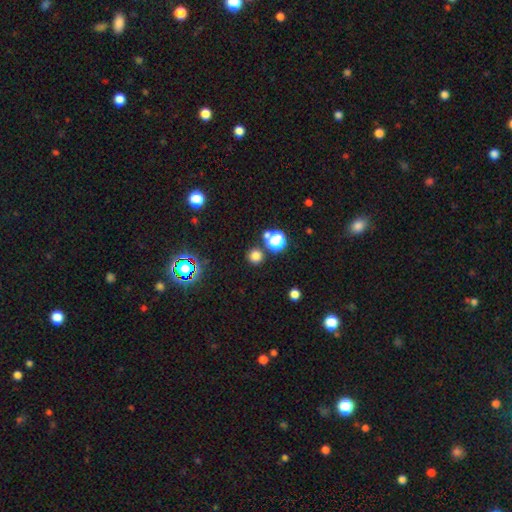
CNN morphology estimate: Smooth or featured? Predicted: smooth (p=0.71). How rounded? Predicted: round (p=0.93). Merging? Predicted: none (p=0.81).